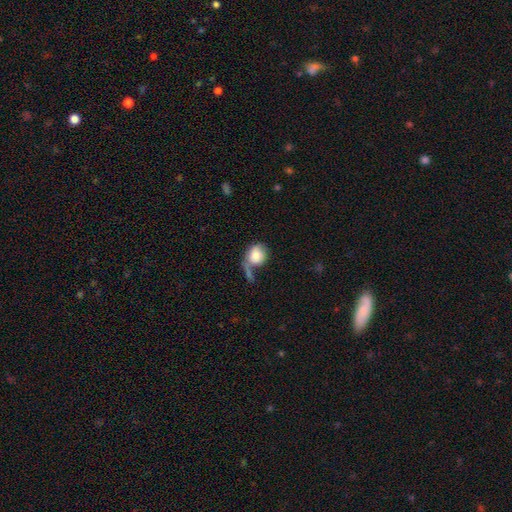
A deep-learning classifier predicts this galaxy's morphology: The model was most divided on "merging": none: 31%, merger: 29%, major disturbance: 21%, minor disturbance: 18%. More confident: smooth or featured — smooth (78%); how rounded — round (66%).